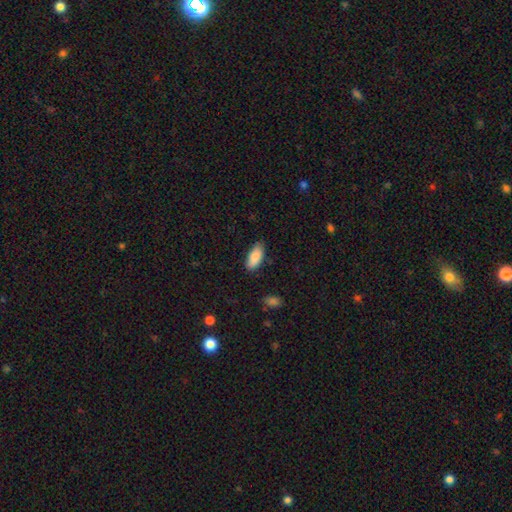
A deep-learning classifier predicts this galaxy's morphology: Smooth or featured: smooth — 87% (featured or disk — 7%)
How rounded: in between — 87% (cigar-shaped — 11%)
Merging: none — 80% (minor disturbance — 16%)